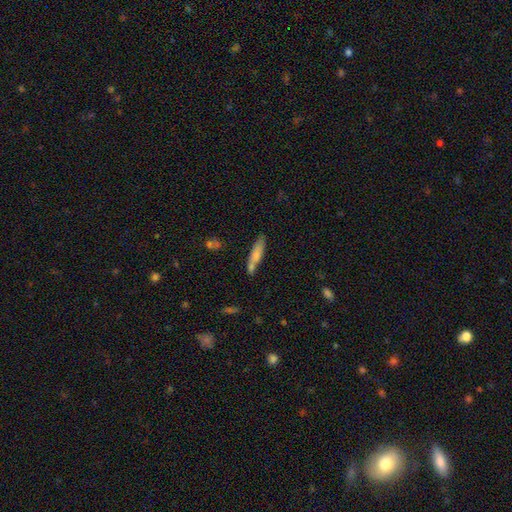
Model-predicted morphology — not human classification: Q: Smooth or featured?
A: smooth (71%); runner-up: featured or disk (22%)
Q: How rounded?
A: cigar-shaped (71%); runner-up: in between (27%)
Q: Merging?
A: none (59%); runner-up: merger (19%)